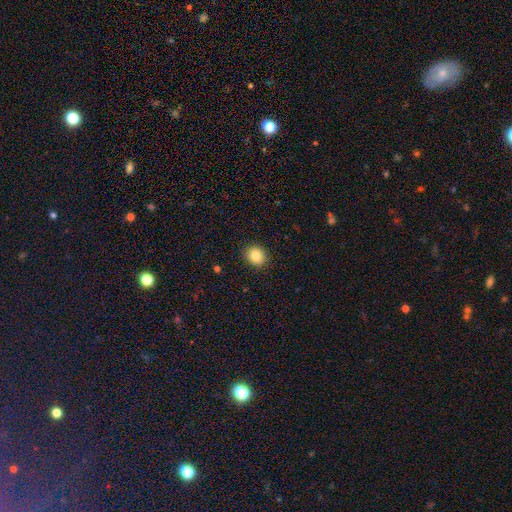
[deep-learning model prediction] Smooth or featured? smooth (85%)
How rounded? round (71%)
Merging? none (90%)